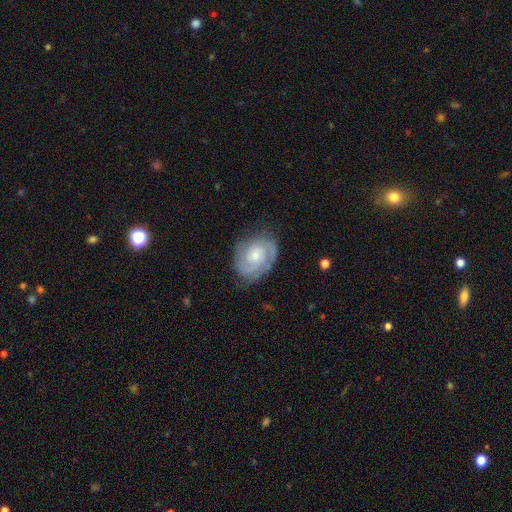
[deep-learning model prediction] smooth_or_featured: featured or disk (p=0.81) [alt: smooth p=0.14]
disk_edge_on: no (p=0.98) [alt: yes p=0.02]
bar: no (p=0.68) [alt: weak p=0.28]
has_spiral_arms: yes (p=0.95) [alt: no p=0.05]
spiral_winding: tight (p=0.57) [alt: medium p=0.35]
spiral_arm_count: 2 (p=0.67) [alt: can't tell p=0.14]
bulge_size: small (p=0.57) [alt: moderate p=0.36]
merging: none (p=0.76) [alt: minor disturbance p=0.17]